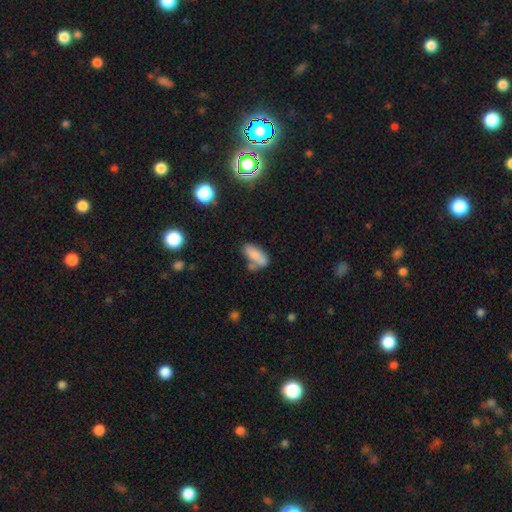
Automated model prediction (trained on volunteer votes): smooth 81%, featured or disk 10%, star or artifact 9%. Down the decision tree: how rounded — in between (82%); merging — none (48%).